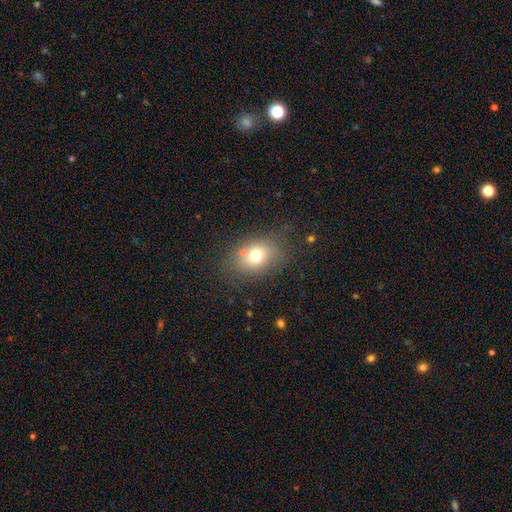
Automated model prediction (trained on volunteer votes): smooth-or-featured: smooth: 71% | featured or disk: 16% | star or artifact: 12%
  how-rounded: in between: 68% | round: 30% | cigar-shaped: 1%
  merging: none: 69% | minor disturbance: 16% | merger: 7% | major disturbance: 7%